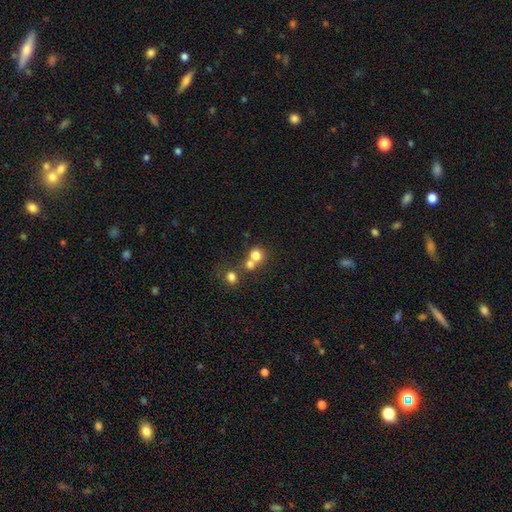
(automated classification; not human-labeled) smooth_or_featured: smooth (p=0.75) [alt: featured or disk p=0.13]
how_rounded: round (p=0.80) [alt: in between p=0.19]
merging: merger (p=0.53) [alt: none p=0.36]